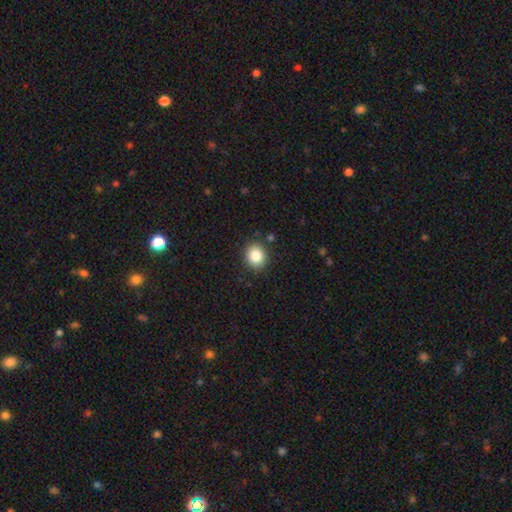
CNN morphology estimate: smooth-or-featured: smooth: 84% | star or artifact: 10% | featured or disk: 7%
  how-rounded: round: 67% | in between: 32% | cigar-shaped: 1%
  merging: none: 89% | minor disturbance: 8% | major disturbance: 2% | merger: 2%